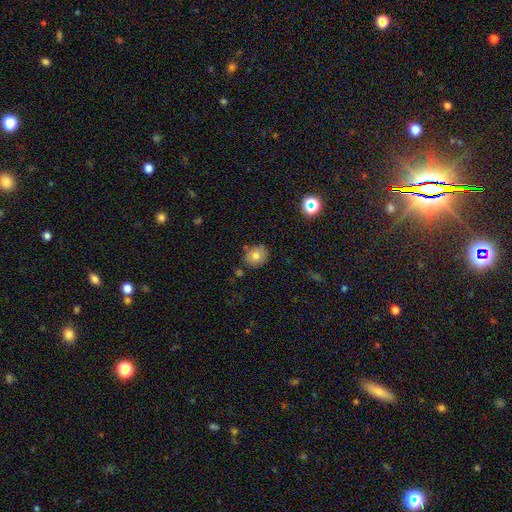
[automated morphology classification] smooth-or-featured: smooth: 78% | star or artifact: 12% | featured or disk: 10%
  how-rounded: round: 71% | in between: 28% | cigar-shaped: 1%
  merging: none: 81% | minor disturbance: 12% | merger: 4% | major disturbance: 3%